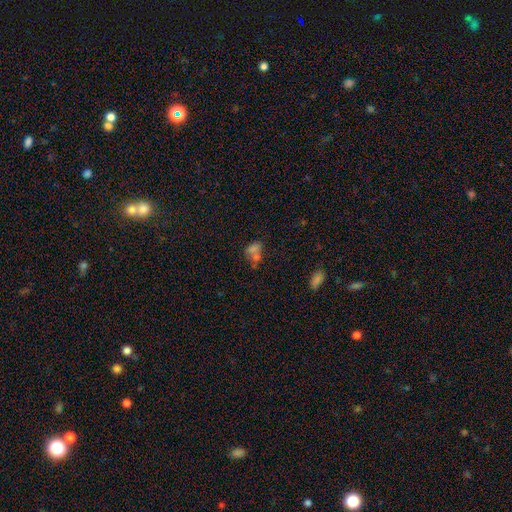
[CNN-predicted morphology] Smooth or featured?
  - smooth: 51% *
  - star or artifact: 29%
  - featured or disk: 20%
How rounded?
  - in between: 56% *
  - round: 40%
  - cigar-shaped: 3%
Merging?
  - merger: 43% *
  - none: 36%
  - minor disturbance: 12%
  - major disturbance: 9%